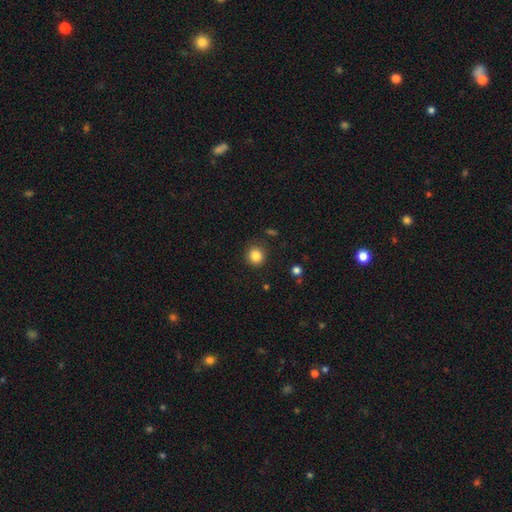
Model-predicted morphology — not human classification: Smooth or featured: smooth — 85% (star or artifact — 10%)
How rounded: round — 90% (in between — 9%)
Merging: none — 88% (minor disturbance — 8%)